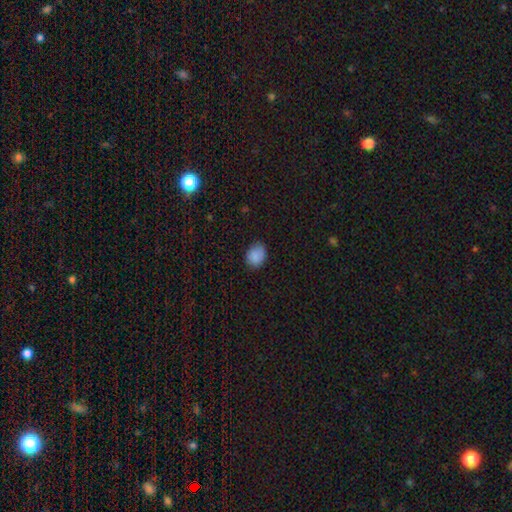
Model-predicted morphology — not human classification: A smooth galaxy with no disk features (87%) that is in between round and cigar-shaped (53%). Merging: none (80%).